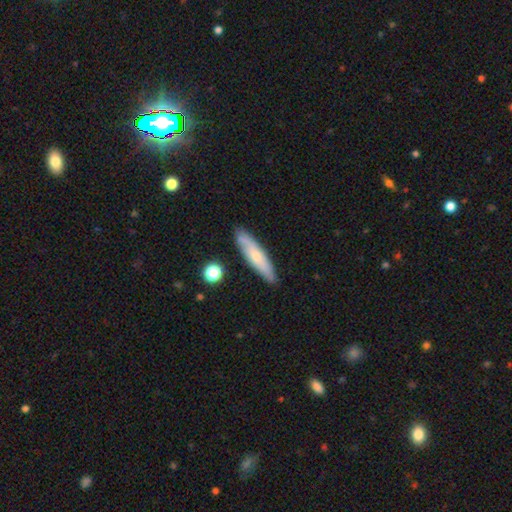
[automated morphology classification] The model was most divided on "smooth or featured": smooth: 57%, featured or disk: 37%, star or artifact: 6%. More confident: merging — none (86%); how rounded — cigar-shaped (81%).